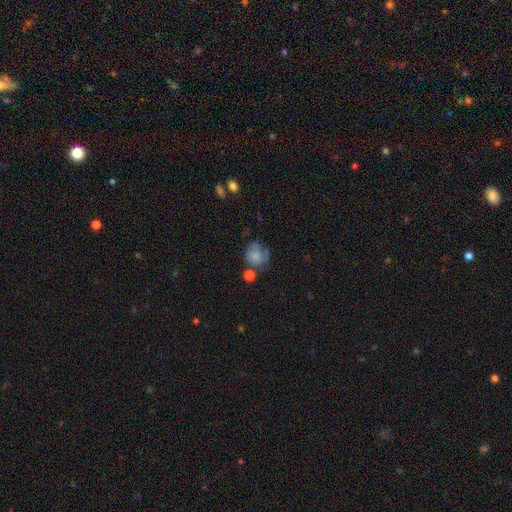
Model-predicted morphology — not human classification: Smooth or featured: smooth — 70% (featured or disk — 19%)
How rounded: round — 69% (in between — 30%)
Merging: none — 40% (minor disturbance — 27%)